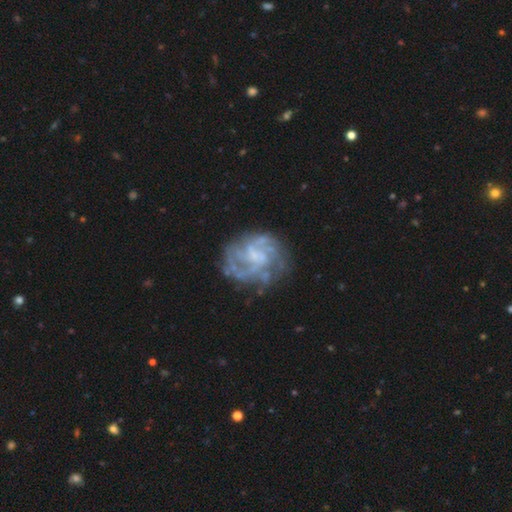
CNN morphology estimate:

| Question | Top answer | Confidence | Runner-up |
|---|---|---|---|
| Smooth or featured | featured or disk | 82% | smooth (10%) |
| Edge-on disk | no | 98% | yes (2%) |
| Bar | no | 49% | weak (42%) |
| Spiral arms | yes | 86% | no (14%) |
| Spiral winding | medium | 42% | tight (40%) |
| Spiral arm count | can't tell | 36% | 3 (22%) |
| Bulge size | none | 42% | small (34%) |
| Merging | none | 67% | minor disturbance (17%) |